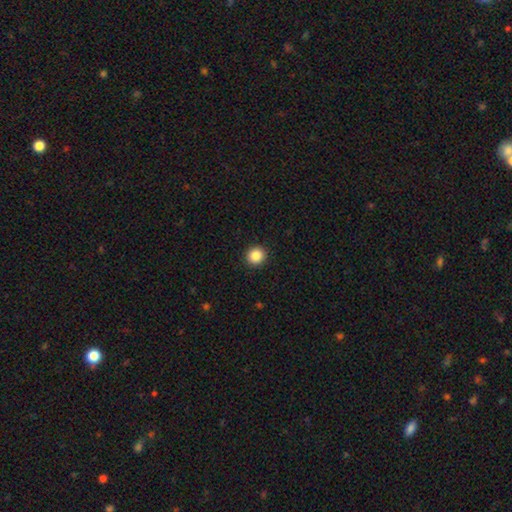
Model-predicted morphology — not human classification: This is clearly a smooth galaxy (86%). How rounded: clearly round (92%). Merging: clearly none (93%).